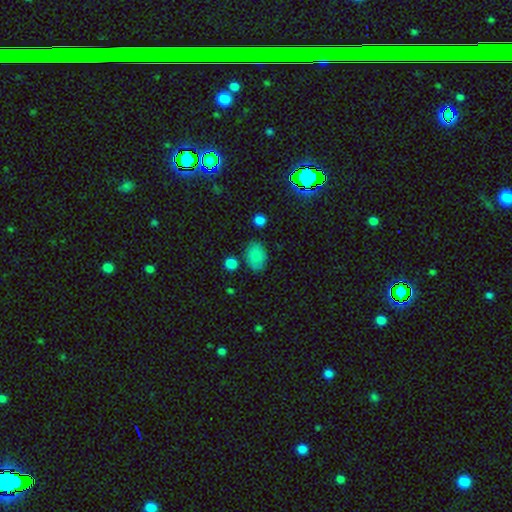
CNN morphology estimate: This is clearly a smooth galaxy (84%). How rounded: clearly in between (83%). Merging: likely none (74%).